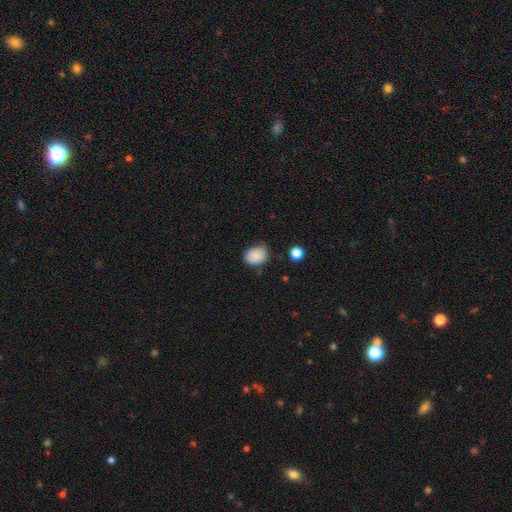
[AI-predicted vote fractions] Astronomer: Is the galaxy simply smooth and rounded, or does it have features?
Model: smooth — 86%.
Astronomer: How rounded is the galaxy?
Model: in between — 60% (runner-up: round, 39%).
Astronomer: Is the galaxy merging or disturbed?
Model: none — 66%.